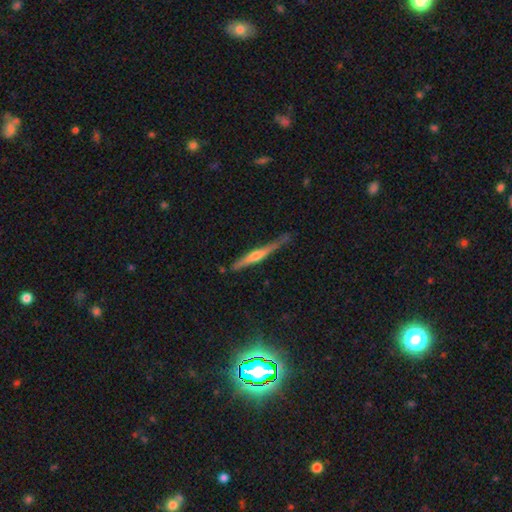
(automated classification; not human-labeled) Overall: featured or disk (62%; smooth 31%). Edge-on disk: yes (97%). Edge-on bulge: rounded (72%). Merging: none (73%).